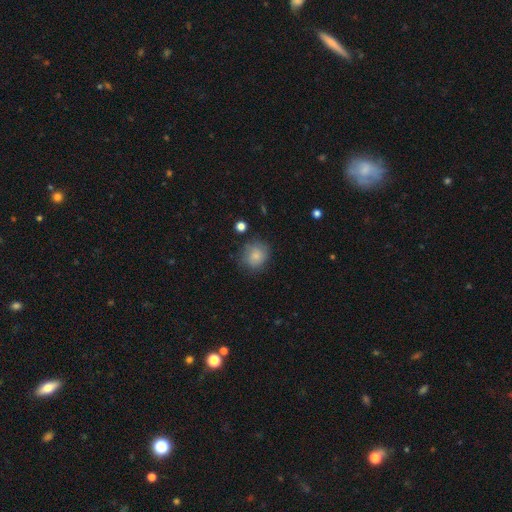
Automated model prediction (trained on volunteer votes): Morphology: type=smooth (81%); roundness=round (82%); merging=none (75%).